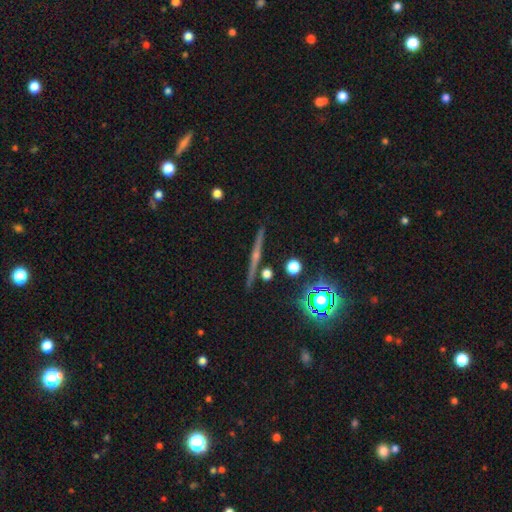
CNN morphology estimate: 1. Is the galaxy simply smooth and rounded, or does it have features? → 71% featured or disk, 15% star or artifact, 14% smooth.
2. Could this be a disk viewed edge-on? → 98% yes, 2% no.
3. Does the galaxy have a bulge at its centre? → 77% rounded, 17% none, 7% boxy.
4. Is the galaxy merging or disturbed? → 91% none, 6% minor disturbance, 2% merger, 2% major disturbance.